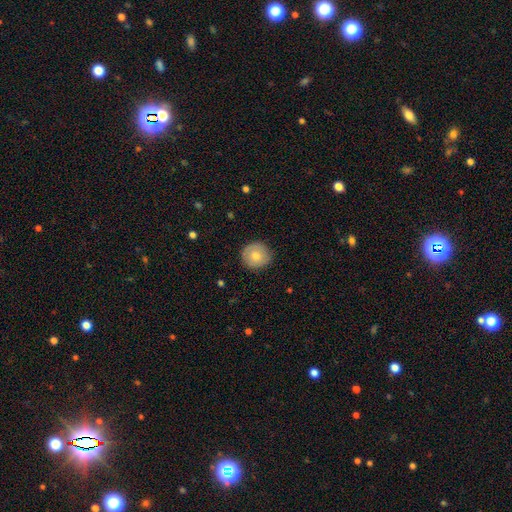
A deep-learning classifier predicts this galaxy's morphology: A smooth galaxy with no disk features (77%) that is round (93%).

Vote fractions:
- Smooth or featured? smooth: 77% / featured or disk: 16% / star or artifact: 7%
- How rounded? round: 93% / in between: 6% / cigar-shaped: 1%
- Merging? none: 87% / minor disturbance: 10% / major disturbance: 2% / merger: 1%